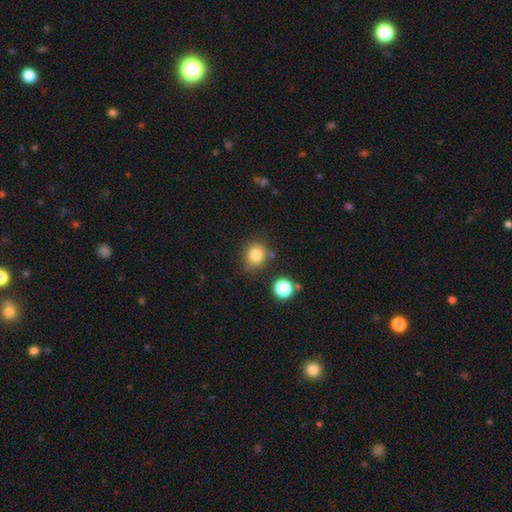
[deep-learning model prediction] This is clearly a smooth galaxy (81%). How rounded: likely round (75%). Merging: likely none (76%).